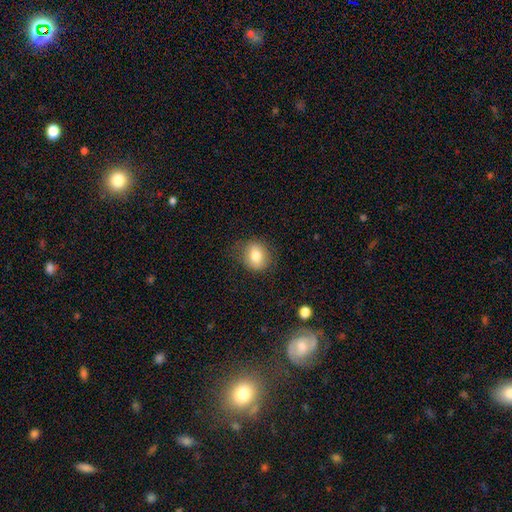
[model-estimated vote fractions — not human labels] Smooth or featured? smooth (77%)
How rounded? round (64%)
Merging? none (79%)